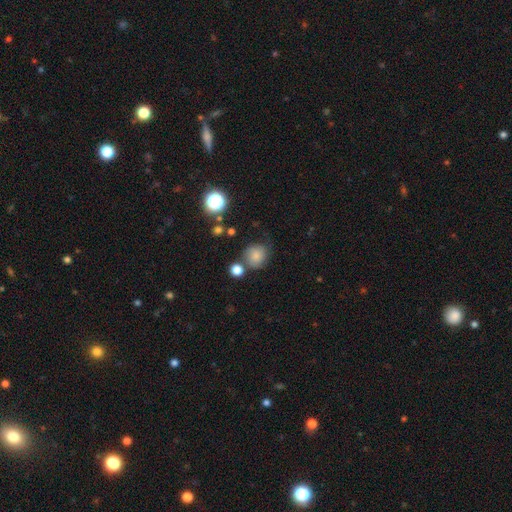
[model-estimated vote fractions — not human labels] smooth 76%, star or artifact 13%, featured or disk 11%. Down the decision tree: how rounded — round (83%); merging — none (64%).